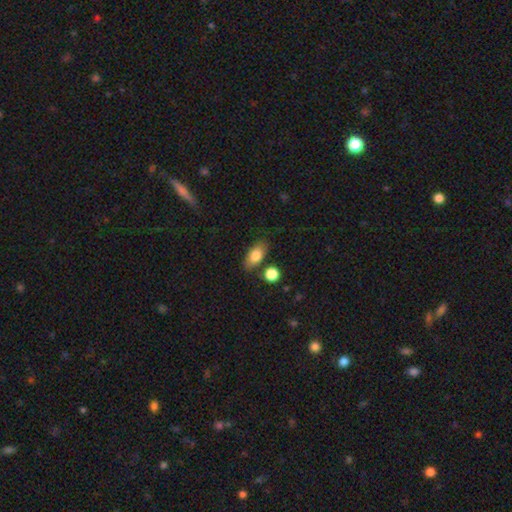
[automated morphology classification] A smooth galaxy with no disk features (80%) that is in between round and cigar-shaped (86%). Merging: none (76%).